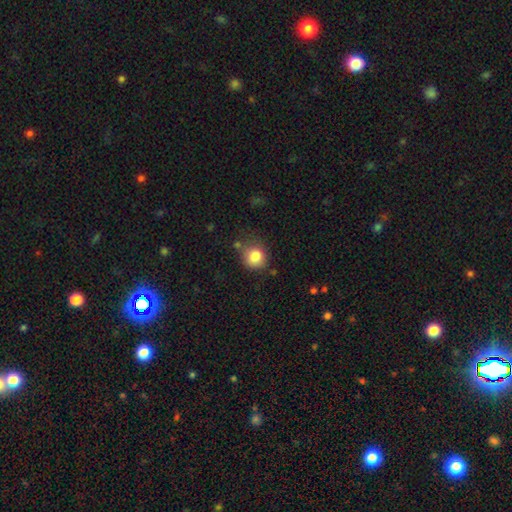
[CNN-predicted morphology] A smooth galaxy with no disk features (84%) that is round (80%).

Vote fractions:
- Smooth or featured? smooth: 84% / star or artifact: 10% / featured or disk: 7%
- How rounded? round: 80% / in between: 19% / cigar-shaped: 1%
- Merging? none: 67% / minor disturbance: 20% / major disturbance: 7% / merger: 6%